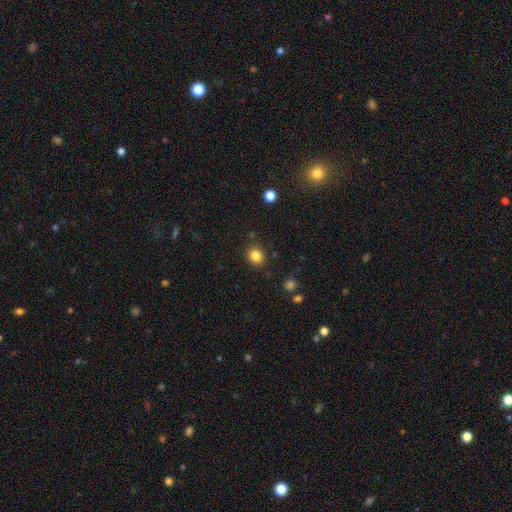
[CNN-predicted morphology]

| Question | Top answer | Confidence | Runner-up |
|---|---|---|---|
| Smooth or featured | smooth | 84% | star or artifact (11%) |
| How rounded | round | 63% | in between (36%) |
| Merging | none | 86% | minor disturbance (9%) |